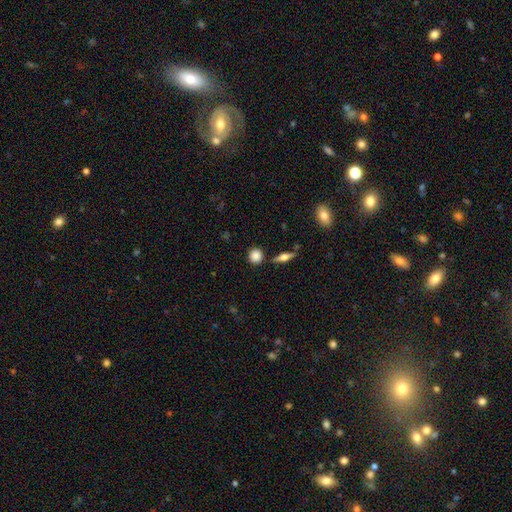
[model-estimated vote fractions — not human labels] smooth-or-featured: smooth: 83% | star or artifact: 8% | featured or disk: 8%
  how-rounded: round: 88% | in between: 9% | cigar-shaped: 2%
  merging: none: 84% | minor disturbance: 9% | merger: 5% | major disturbance: 3%